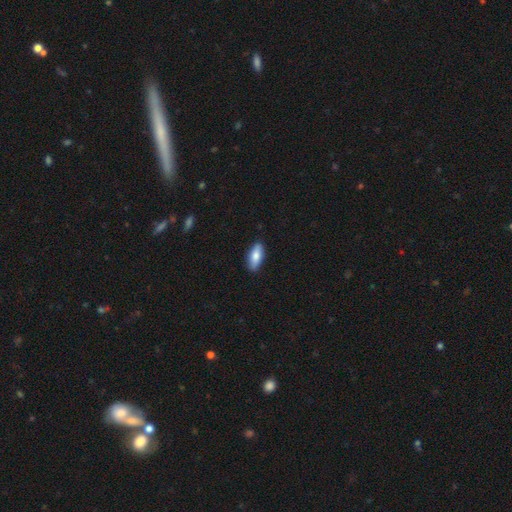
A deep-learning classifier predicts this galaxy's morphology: A smooth galaxy with no disk features (77%) that is in between round and cigar-shaped (80%). Merging: none (88%).